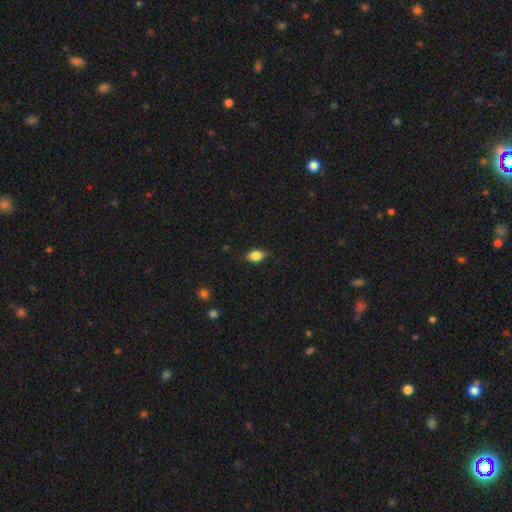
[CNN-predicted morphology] A smooth galaxy with no disk features (85%) that is in between round and cigar-shaped (85%). Merging: none (78%).